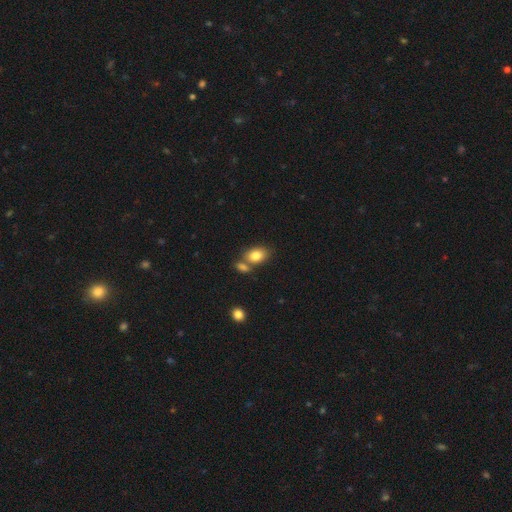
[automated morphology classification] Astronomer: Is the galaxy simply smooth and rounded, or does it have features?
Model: smooth — 83%.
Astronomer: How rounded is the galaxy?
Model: in between — 79%.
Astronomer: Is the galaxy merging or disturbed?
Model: none — 52% (runner-up: merger, 32%).